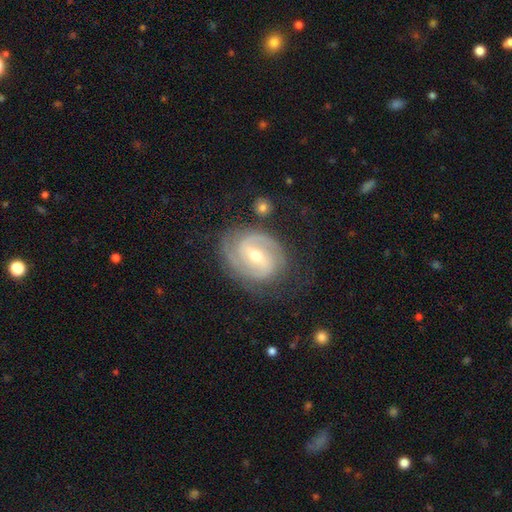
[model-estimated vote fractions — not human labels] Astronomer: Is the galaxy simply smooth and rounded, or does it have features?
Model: featured or disk — 89%.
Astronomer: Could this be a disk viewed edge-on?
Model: no — 97%.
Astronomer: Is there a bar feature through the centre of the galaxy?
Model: weak — 48% (runner-up: strong, 31%).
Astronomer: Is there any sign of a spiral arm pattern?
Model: yes — 97%.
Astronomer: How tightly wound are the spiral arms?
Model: tight — 52% (runner-up: medium, 39%).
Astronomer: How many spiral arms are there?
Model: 2 — 70%.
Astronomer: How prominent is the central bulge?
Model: moderate — 59% (runner-up: small, 37%).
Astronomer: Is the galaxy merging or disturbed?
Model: none — 75%.